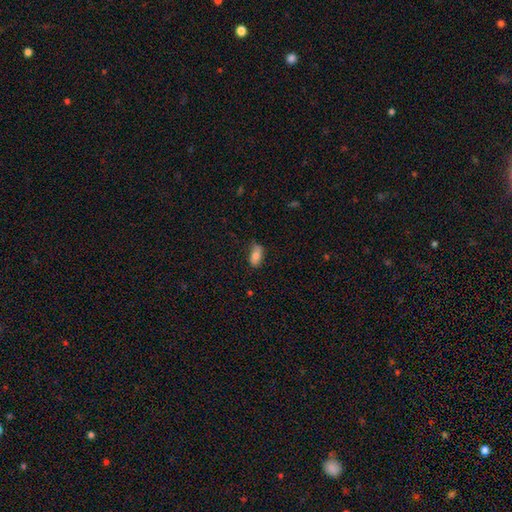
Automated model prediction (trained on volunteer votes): Smooth or featured? smooth (78%)
How rounded? in between (90%)
Merging? none (73%)